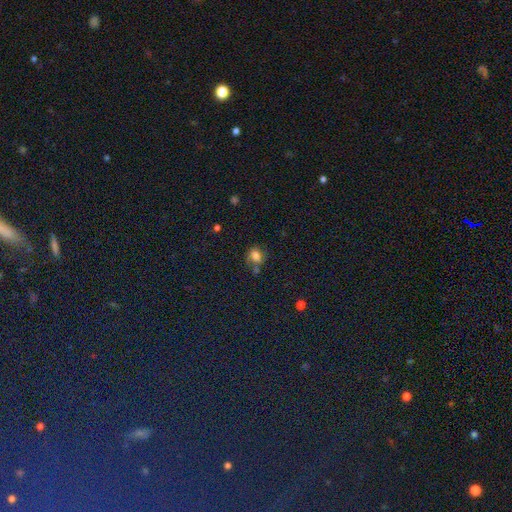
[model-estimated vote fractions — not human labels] smooth-or-featured: smooth: 71% | star or artifact: 16% | featured or disk: 12%
  how-rounded: round: 60% | in between: 38% | cigar-shaped: 1%
  merging: none: 53% | minor disturbance: 21% | merger: 17% | major disturbance: 9%